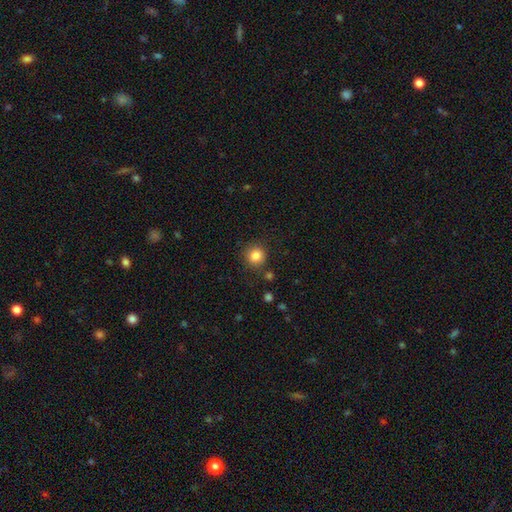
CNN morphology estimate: smooth-or-featured: smooth: 84% | star or artifact: 11% | featured or disk: 5%
  how-rounded: round: 91% | in between: 8% | cigar-shaped: 1%
  merging: none: 85% | minor disturbance: 9% | merger: 3% | major disturbance: 3%